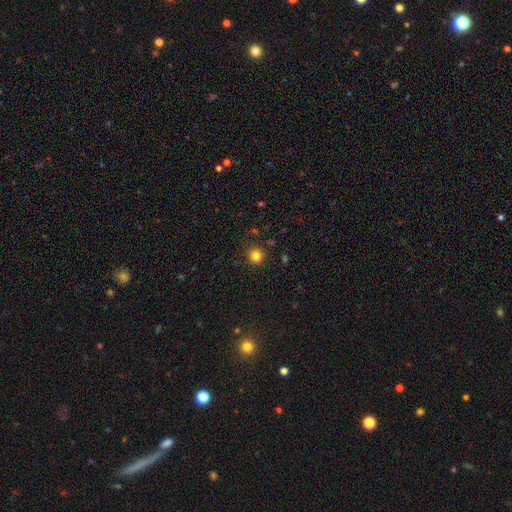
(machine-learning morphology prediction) This is clearly a smooth galaxy (82%). How rounded: clearly round (93%). Merging: clearly none (90%).